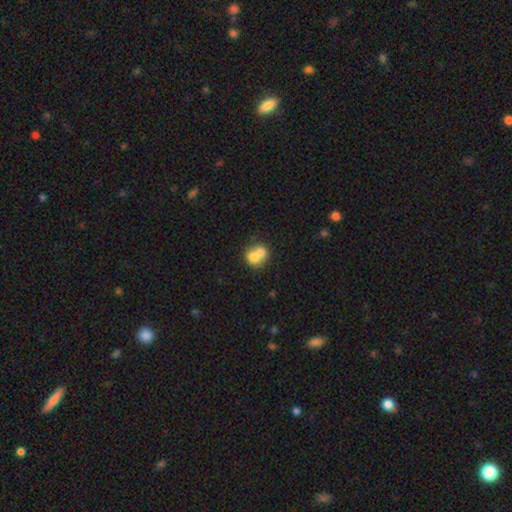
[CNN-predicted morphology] type=smooth (68%); roundness=round (69%); merging=merger (66%).